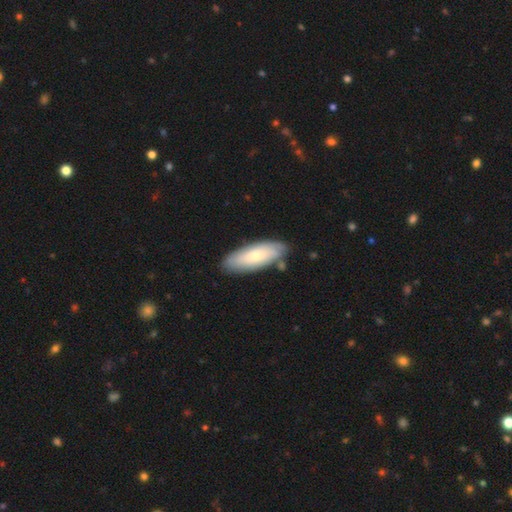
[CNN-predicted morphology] A smooth galaxy with no disk features (68%) that is in between round and cigar-shaped (66%).

Vote fractions:
- Smooth or featured? smooth: 68% / featured or disk: 26% / star or artifact: 6%
- How rounded? in between: 66% / cigar-shaped: 32% / round: 2%
- Merging? none: 78% / minor disturbance: 15% / merger: 4% / major disturbance: 3%